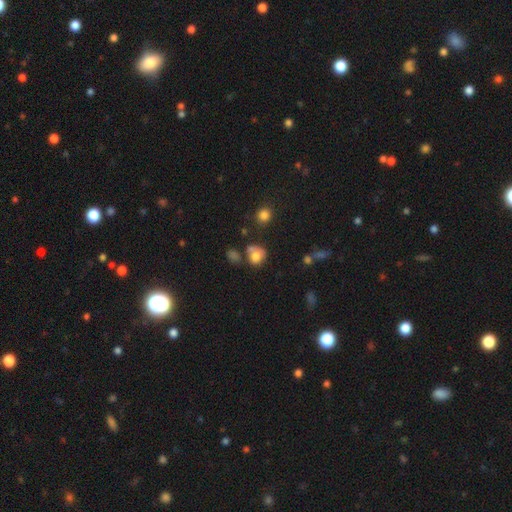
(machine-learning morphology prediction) Q: Smooth or featured?
A: smooth (71%); runner-up: featured or disk (18%)
Q: How rounded?
A: round (63%); runner-up: in between (36%)
Q: Merging?
A: none (40%); runner-up: merger (26%)